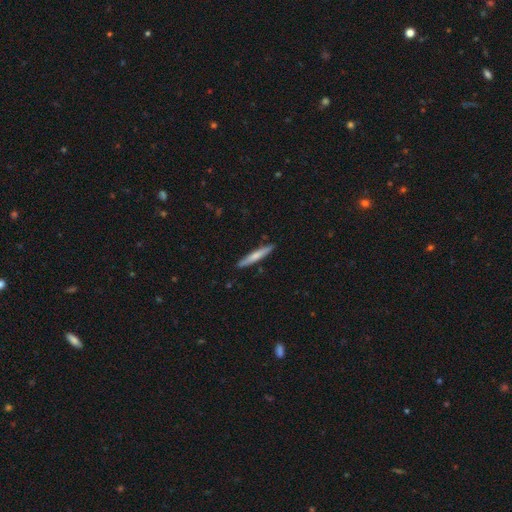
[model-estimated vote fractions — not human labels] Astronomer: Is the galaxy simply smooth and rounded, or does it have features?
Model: smooth — 65%.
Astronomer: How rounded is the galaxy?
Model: cigar-shaped — 94%.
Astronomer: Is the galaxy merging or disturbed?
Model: none — 88%.